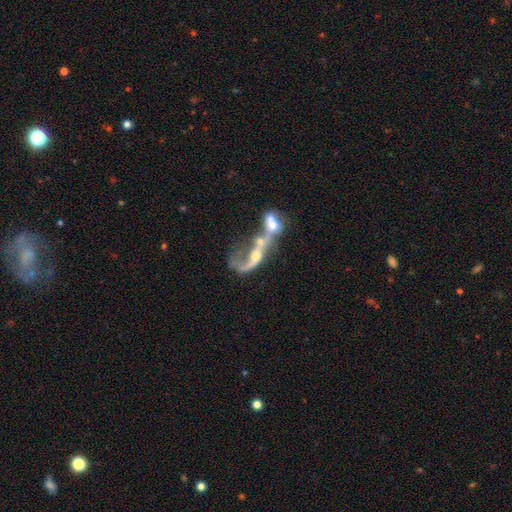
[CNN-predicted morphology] Smooth or featured: featured or disk — 68% (smooth — 21%)
Edge-on disk: no — 90% (yes — 10%)
Bar: no — 65% (weak — 24%)
Spiral arms: yes — 52% (no — 48%)
Bulge size: moderate — 42% (small — 30%)
Merging: merger — 75% (major disturbance — 14%)